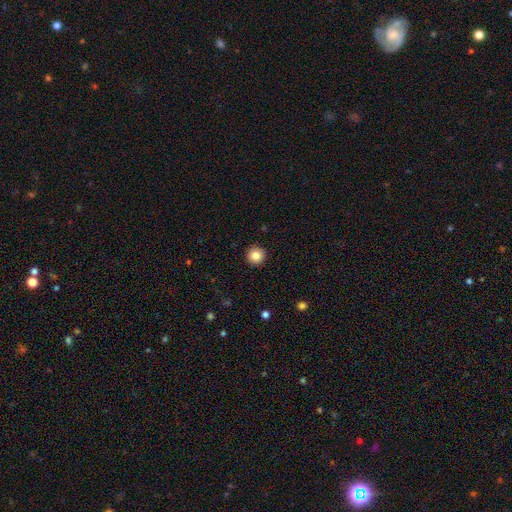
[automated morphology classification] smooth_or_featured: smooth (p=0.84) [alt: star or artifact p=0.10]
how_rounded: round (p=0.96) [alt: in between p=0.03]
merging: none (p=0.93) [alt: minor disturbance p=0.05]